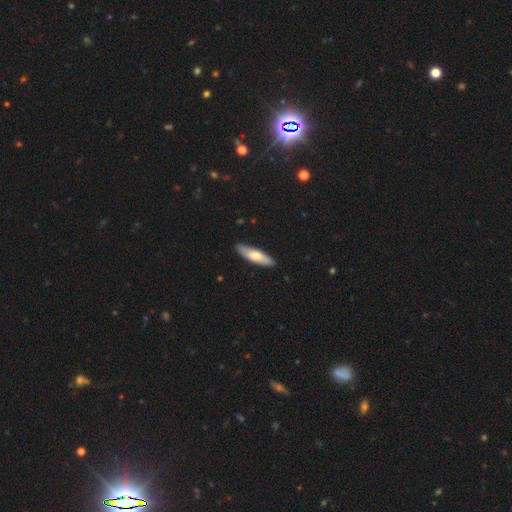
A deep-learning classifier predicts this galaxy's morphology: A smooth galaxy with no disk features (68%) that is cigar-shaped (61%). Merging: none (89%).